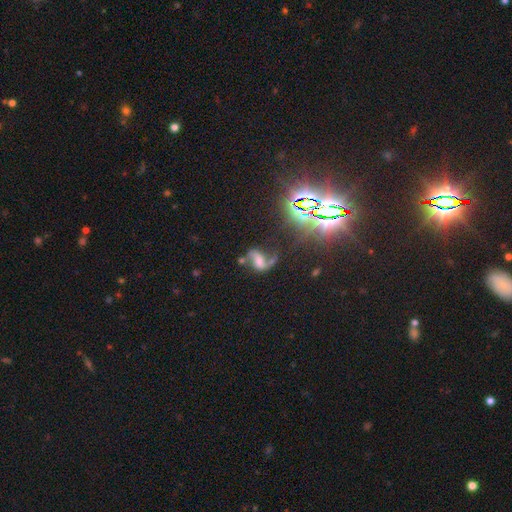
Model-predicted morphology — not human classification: This is likely a featured or disk galaxy (69%). It is clearly not viewed edge-on (96%). Bar: marginally no (37%). Spiral arm pattern: clearly yes (90%). Spiral arm count: clearly 2 (87%). Spiral winding: likely loose (74%). Central bulge: marginally small (32%, tied with moderate). Merging: possibly none (53%).